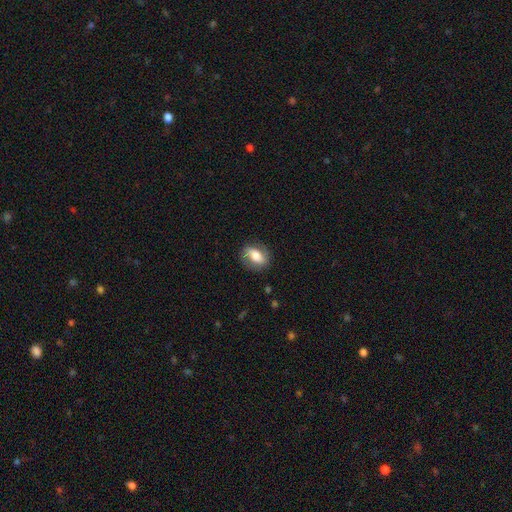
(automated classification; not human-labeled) Smooth or featured?
  - smooth: 50% *
  - featured or disk: 42%
  - star or artifact: 8%
How rounded?
  - in between: 73% *
  - round: 23%
  - cigar-shaped: 3%
Merging?
  - none: 78% *
  - minor disturbance: 15%
  - major disturbance: 6%
  - merger: 1%